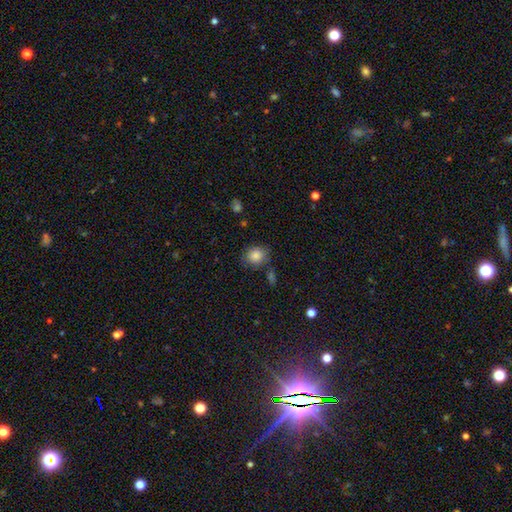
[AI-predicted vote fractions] Overall: smooth (85%). How rounded: round (76%). Merging: none (74%).